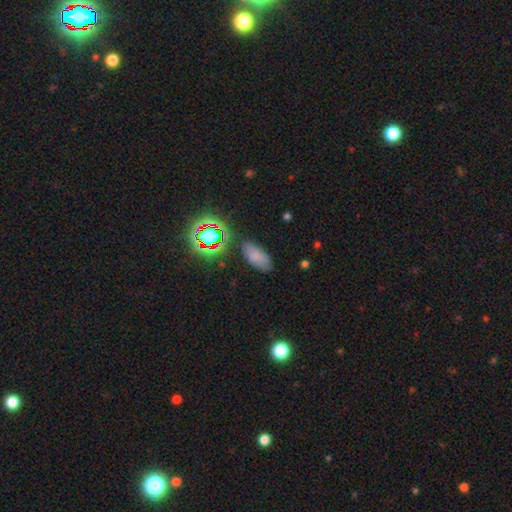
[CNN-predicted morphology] This is likely a smooth galaxy (70%). How rounded: clearly in between (89%). Merging: likely none (77%).